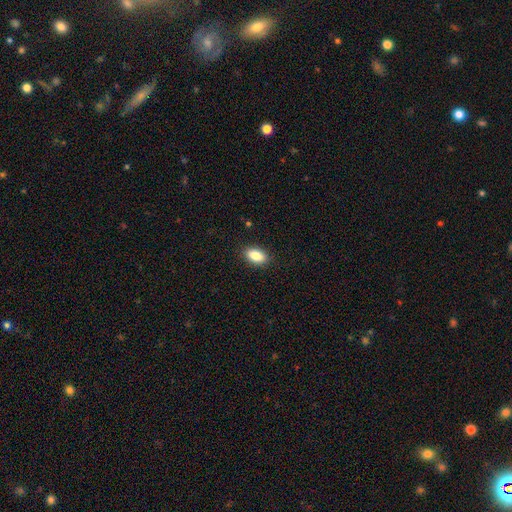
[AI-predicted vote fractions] This is clearly a smooth galaxy (84%). How rounded: clearly in between (89%). Merging: clearly none (89%).